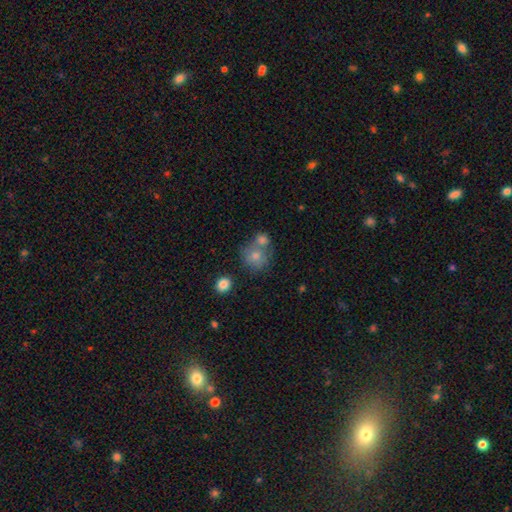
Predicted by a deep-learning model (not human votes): A smooth galaxy with no disk features (76%) that is round (83%).

Vote fractions:
- Smooth or featured? smooth: 76% / featured or disk: 14% / star or artifact: 10%
- How rounded? round: 83% / in between: 16% / cigar-shaped: 1%
- Merging? none: 45% / merger: 39% / minor disturbance: 12% / major disturbance: 5%